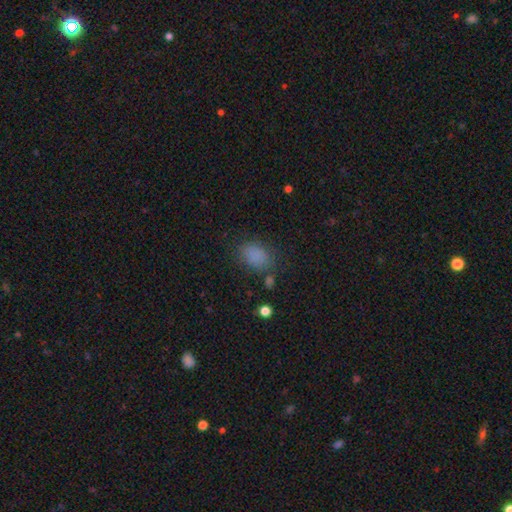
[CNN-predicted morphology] The model was most divided on "how rounded": in between: 79%, round: 20%, cigar-shaped: 1%. More confident: smooth or featured — smooth (82%); merging — none (75%).